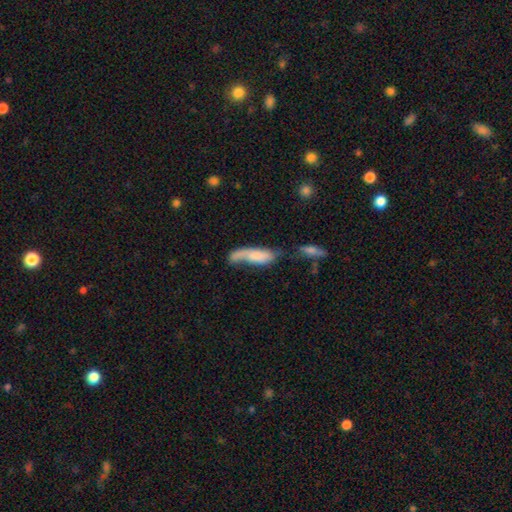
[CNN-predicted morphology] smooth-or-featured: smooth: 62% | featured or disk: 31% | star or artifact: 8%
  how-rounded: in between: 50% | cigar-shaped: 47% | round: 3%
  merging: major disturbance: 29% | none: 26% | merger: 23% | minor disturbance: 21%